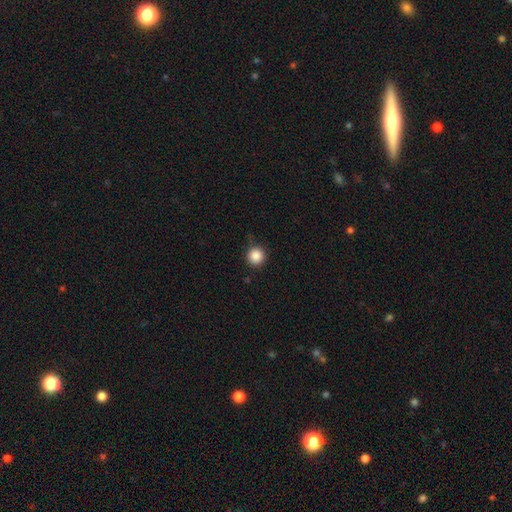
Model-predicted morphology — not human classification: Smooth or featured: smooth — 87% (star or artifact — 10%)
How rounded: round — 95% (in between — 4%)
Merging: none — 86% (minor disturbance — 10%)